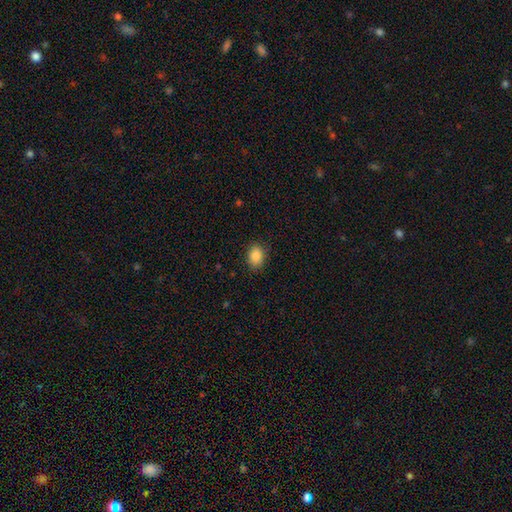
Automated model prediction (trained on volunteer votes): Overall: smooth (87%). How rounded: in between (70%). Merging: none (85%).